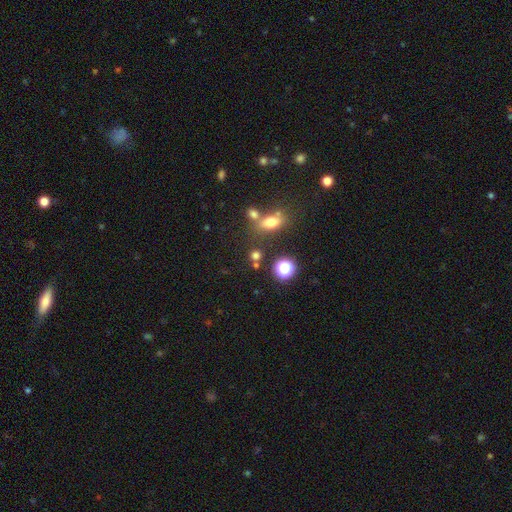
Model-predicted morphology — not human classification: Smooth or featured?
  - smooth: 66% *
  - star or artifact: 26%
  - featured or disk: 8%
How rounded?
  - round: 74% *
  - in between: 23%
  - cigar-shaped: 3%
Merging?
  - none: 67% *
  - merger: 17%
  - minor disturbance: 11%
  - major disturbance: 5%